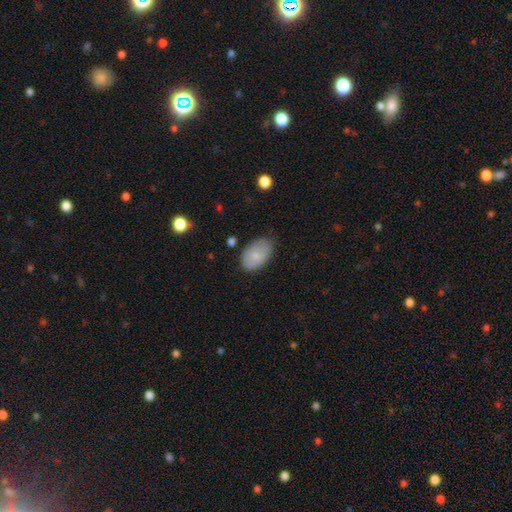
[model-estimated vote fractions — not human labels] The model was most divided on "merging": none: 72%, minor disturbance: 22%, major disturbance: 4%, merger: 2%. More confident: how rounded — in between (90%); smooth or featured — smooth (77%).